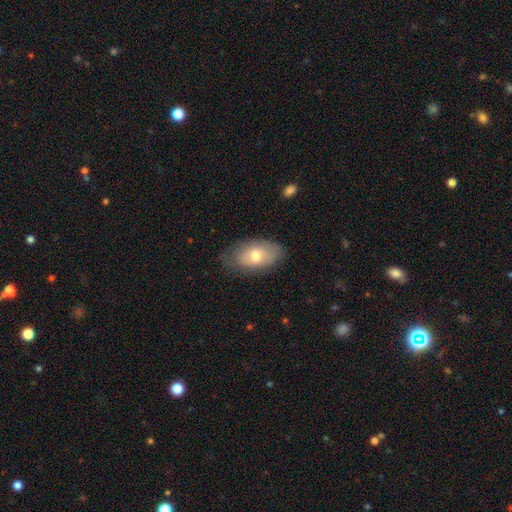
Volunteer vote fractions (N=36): Morphology: type=smooth (72%); roundness=in between (92%); merging=none (76%).